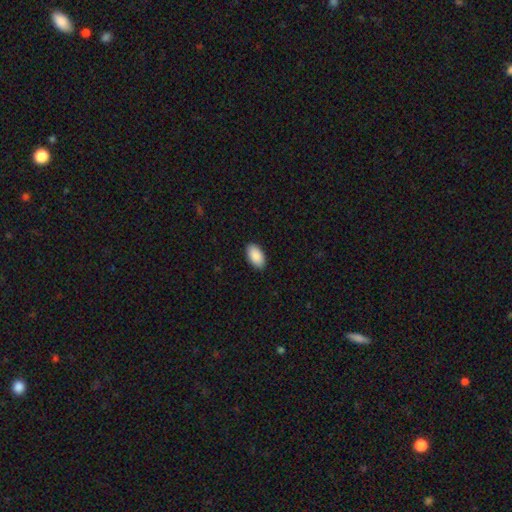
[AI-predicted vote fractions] The model was most divided on "merging": none: 90%, minor disturbance: 7%, major disturbance: 2%, merger: 1%. More confident: how rounded — in between (95%); smooth or featured — smooth (91%).